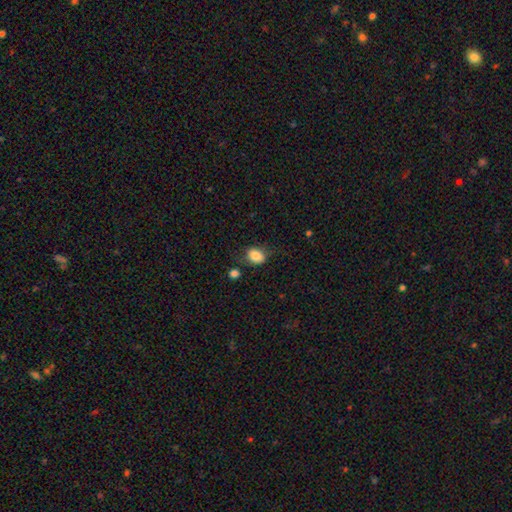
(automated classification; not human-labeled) The model was most divided on "how rounded": in between: 61%, round: 38%, cigar-shaped: 1%. More confident: smooth or featured — smooth (83%); merging — none (65%).